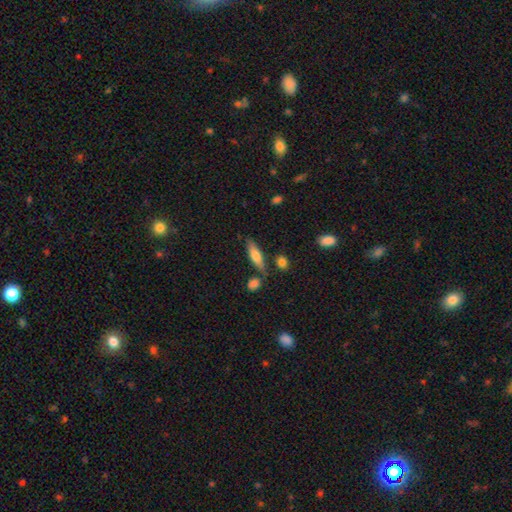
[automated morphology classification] smooth_or_featured: smooth (p=0.68) [alt: featured or disk p=0.26]
how_rounded: cigar-shaped (p=0.60) [alt: in between p=0.38]
merging: none (p=0.75) [alt: minor disturbance p=0.14]